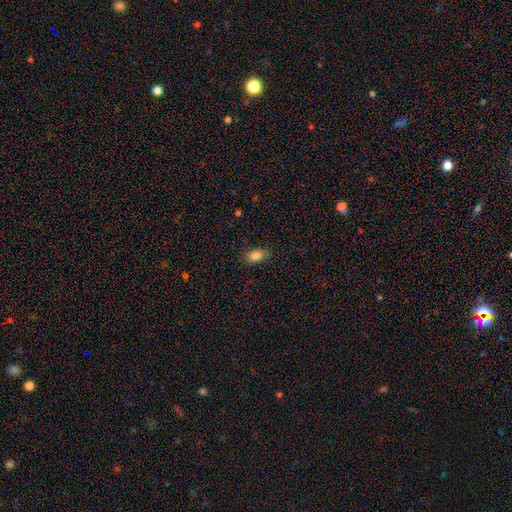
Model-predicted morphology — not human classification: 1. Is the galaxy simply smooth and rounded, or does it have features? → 83% smooth, 9% star or artifact, 8% featured or disk.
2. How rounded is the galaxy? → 87% in between, 9% round, 4% cigar-shaped.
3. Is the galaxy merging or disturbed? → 83% none, 13% minor disturbance, 3% major disturbance, 1% merger.